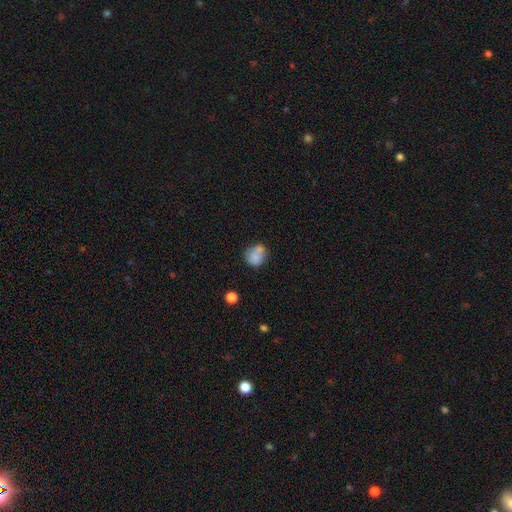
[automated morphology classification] This appears to be a smooth galaxy with no disk features (75%) that is round (64%). Merging: none (46%).